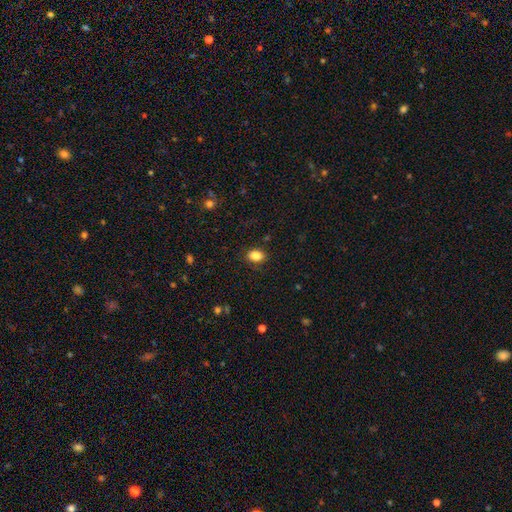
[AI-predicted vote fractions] Smooth or featured? Predicted: smooth (p=0.86). How rounded? Predicted: in between (p=0.76). Merging? Predicted: none (p=0.85).